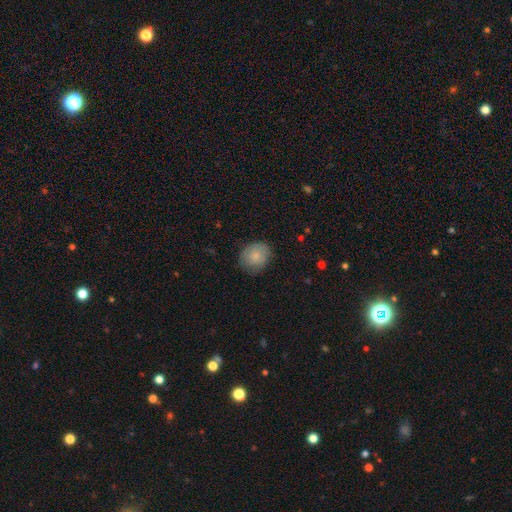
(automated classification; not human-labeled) smooth_or_featured: smooth (p=0.80) [alt: featured or disk p=0.13]
how_rounded: round (p=0.68) [alt: in between p=0.31]
merging: none (p=0.75) [alt: minor disturbance p=0.20]